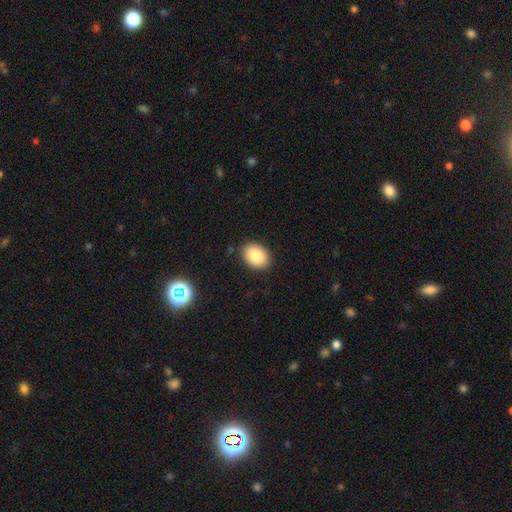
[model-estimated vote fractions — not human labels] A smooth galaxy with no disk features (86%) that is in between round and cigar-shaped (74%). Merging: none (88%).